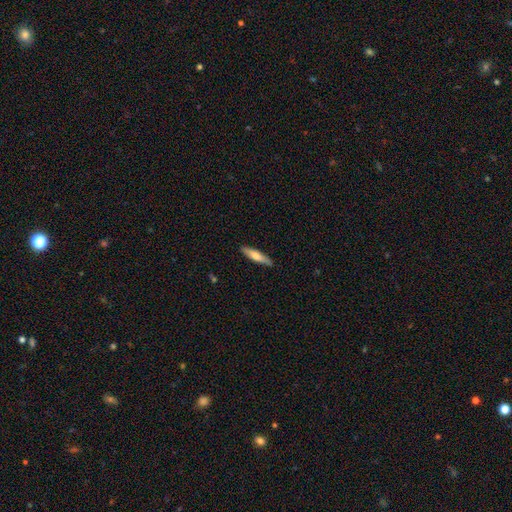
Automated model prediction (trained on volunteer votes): This appears to be a smooth galaxy with no disk features (66%) that is cigar-shaped (82%). Merging: none (87%).